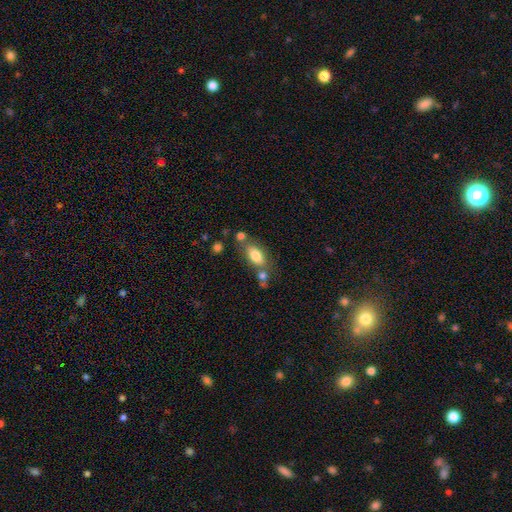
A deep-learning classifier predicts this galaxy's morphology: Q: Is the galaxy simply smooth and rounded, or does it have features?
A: smooth — 79%.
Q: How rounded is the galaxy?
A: in between — 86%.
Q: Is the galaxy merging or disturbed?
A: none — 57%.